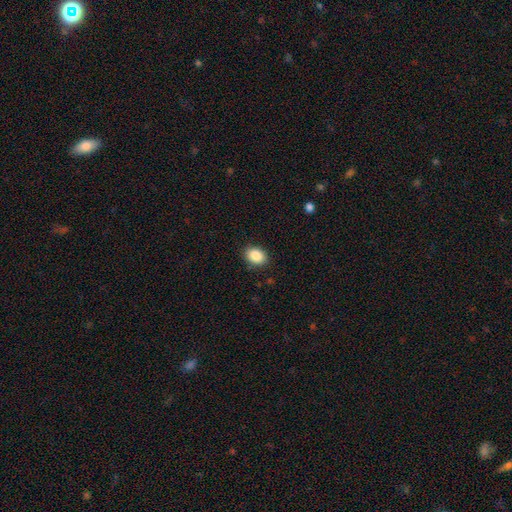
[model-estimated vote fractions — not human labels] A smooth galaxy with no disk features (88%) that is in between round and cigar-shaped (74%). Merging: none (88%).